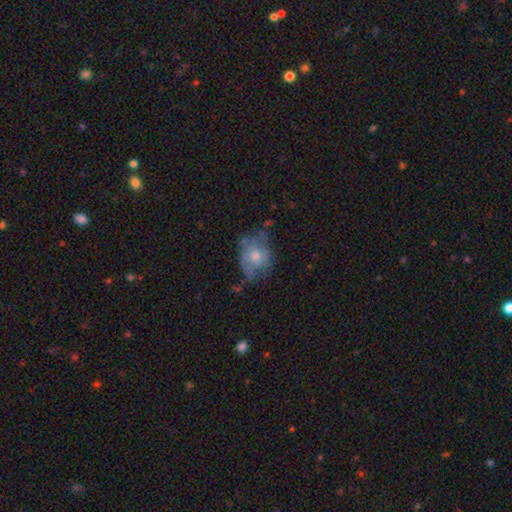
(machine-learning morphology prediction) Smooth or featured?
  - featured or disk: 50% *
  - smooth: 40%
  - star or artifact: 10%
Merging?
  - none: 52% *
  - minor disturbance: 29%
  - major disturbance: 15%
  - merger: 3%